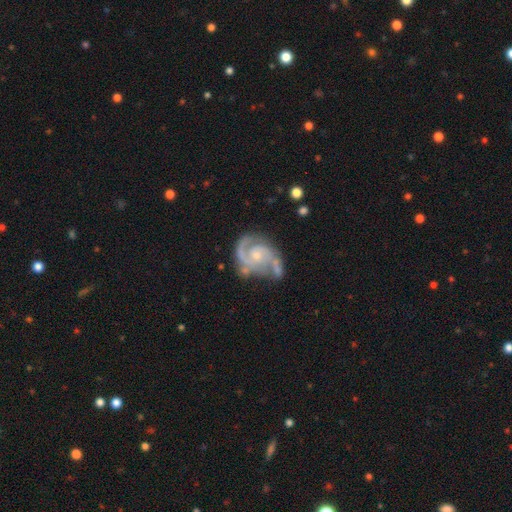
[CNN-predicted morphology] Smooth or featured?
  - featured or disk: 90% *
  - smooth: 5%
  - star or artifact: 5%
Edge-on disk?
  - no: 98% *
  - yes: 2%
Bar?
  - no: 64% *
  - weak: 30%
  - strong: 6%
Spiral arms?
  - yes: 97% *
  - no: 3%
Spiral winding?
  - medium: 53% *
  - tight: 34%
  - loose: 13%
Spiral arm count?
  - 2: 84% *
  - 3: 6%
  - can't tell: 4%
  - 1: 4%
  - 4: 1%
  - more than 4: 1%
Bulge size?
  - small: 59% *
  - moderate: 34%
  - none: 5%
  - large: 2%
  - dominant: 1%
Merging?
  - none: 54% *
  - minor disturbance: 23%
  - major disturbance: 13%
  - merger: 10%